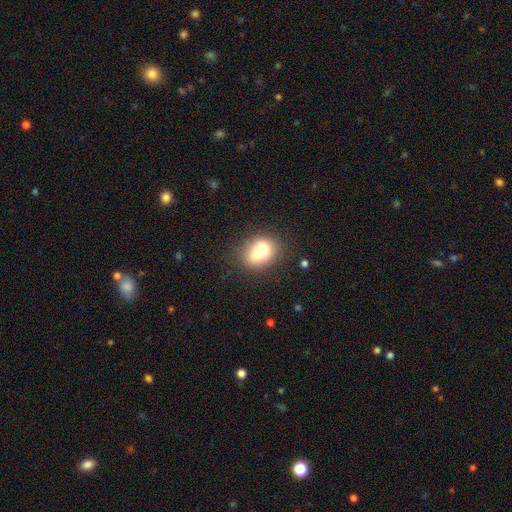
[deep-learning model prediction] smooth-or-featured: smooth: 72% | featured or disk: 18% | star or artifact: 10%
  how-rounded: in between: 67% | round: 31% | cigar-shaped: 2%
  merging: none: 57% | merger: 21% | minor disturbance: 16% | major disturbance: 5%